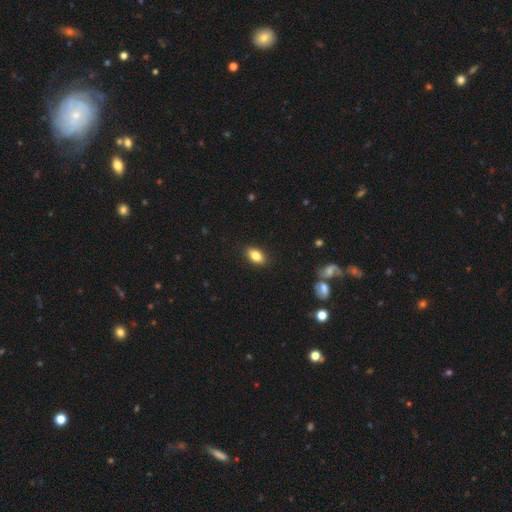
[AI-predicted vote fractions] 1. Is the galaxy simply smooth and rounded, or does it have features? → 83% smooth, 9% featured or disk, 8% star or artifact.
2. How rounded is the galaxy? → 88% in between, 7% round, 4% cigar-shaped.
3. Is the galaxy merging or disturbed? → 88% none, 9% minor disturbance, 2% major disturbance, 1% merger.